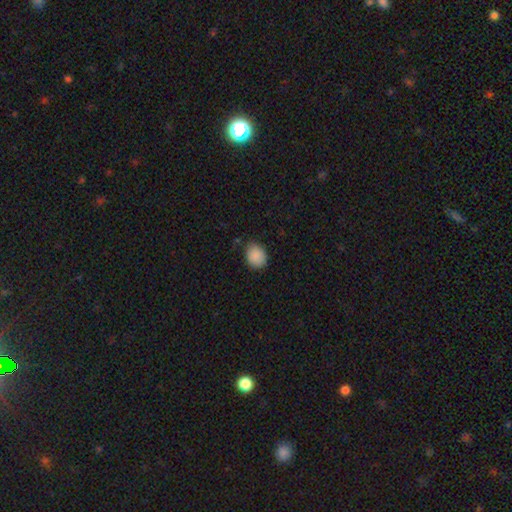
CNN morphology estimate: Smooth or featured?
  - smooth: 89% *
  - star or artifact: 8%
  - featured or disk: 3%
How rounded?
  - round: 59% *
  - in between: 40%
  - cigar-shaped: 1%
Merging?
  - none: 78% *
  - minor disturbance: 17%
  - major disturbance: 3%
  - merger: 2%